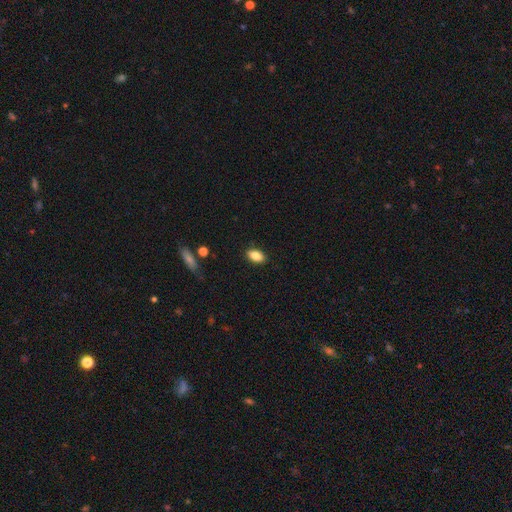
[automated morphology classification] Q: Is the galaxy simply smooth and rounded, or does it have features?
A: smooth — 85%.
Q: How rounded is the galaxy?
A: in between — 89%.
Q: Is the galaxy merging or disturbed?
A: none — 87%.